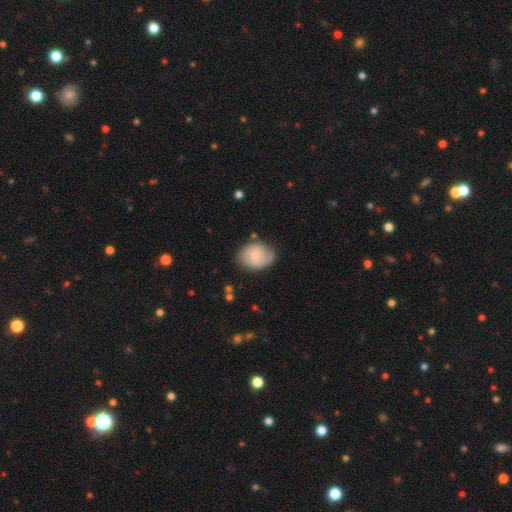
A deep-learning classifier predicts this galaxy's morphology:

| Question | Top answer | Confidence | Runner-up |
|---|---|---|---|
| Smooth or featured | smooth | 63% | featured or disk (30%) |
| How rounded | in between | 58% | round (41%) |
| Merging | none | 68% | minor disturbance (23%) |